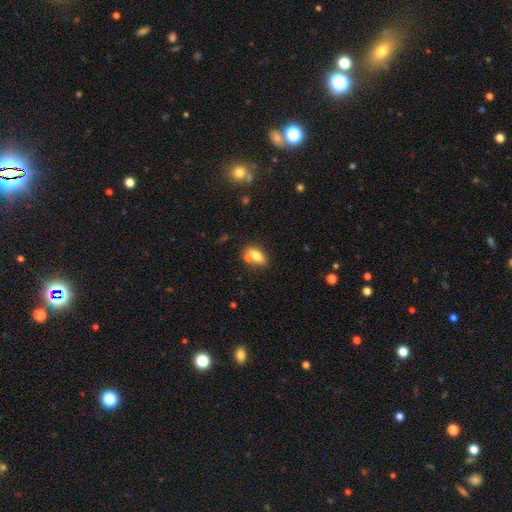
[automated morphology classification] Smooth or featured? Predicted: smooth (p=0.78). How rounded? Predicted: in between (p=0.88). Merging? Predicted: none (p=0.55).